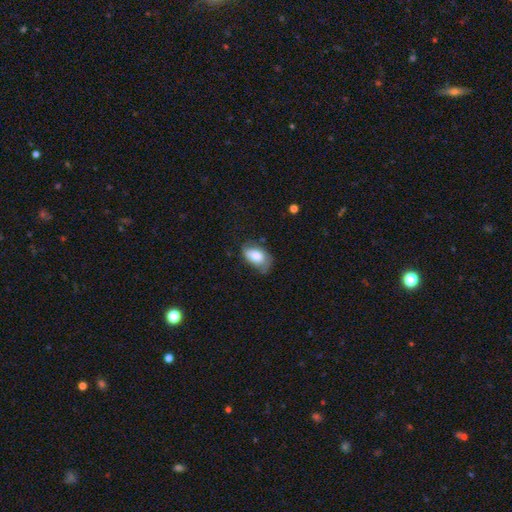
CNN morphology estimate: This is likely a smooth galaxy (74%). How rounded: clearly in between (91%). Merging: possibly none (48%).